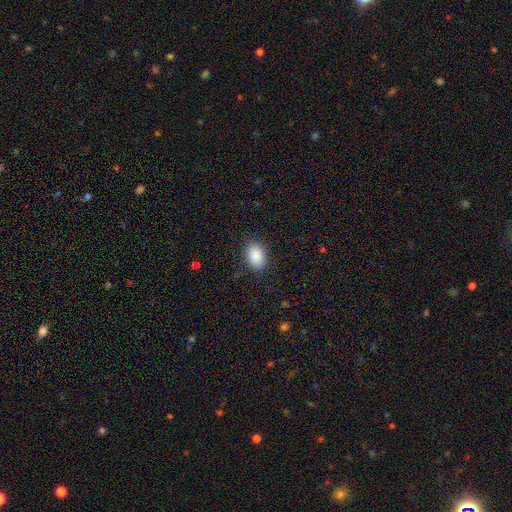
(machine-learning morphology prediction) Smooth or featured: smooth — 89% (star or artifact — 7%)
How rounded: in between — 84% (round — 15%)
Merging: none — 85% (minor disturbance — 11%)